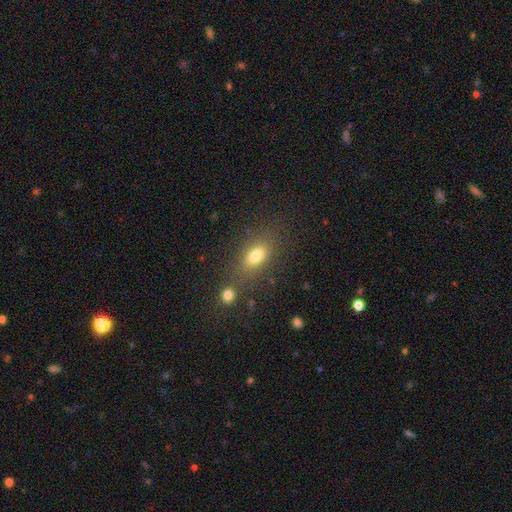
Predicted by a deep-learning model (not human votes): smooth 77%, star or artifact 12%, featured or disk 11%. Down the decision tree: how rounded — in between (80%); merging — none (71%).